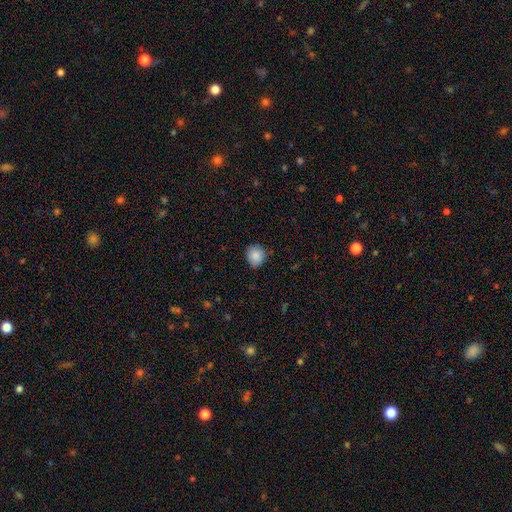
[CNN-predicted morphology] smooth 88%, star or artifact 8%, featured or disk 4%. Down the decision tree: how rounded — round (83%); merging — none (80%).